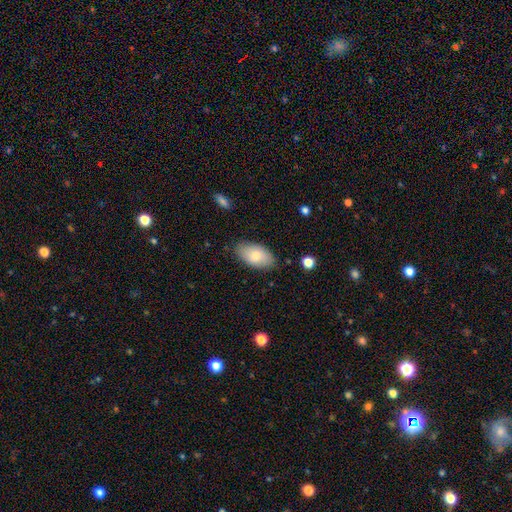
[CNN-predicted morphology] smooth 77%, featured or disk 16%, star or artifact 6%. Down the decision tree: how rounded — in between (94%); merging — none (82%).